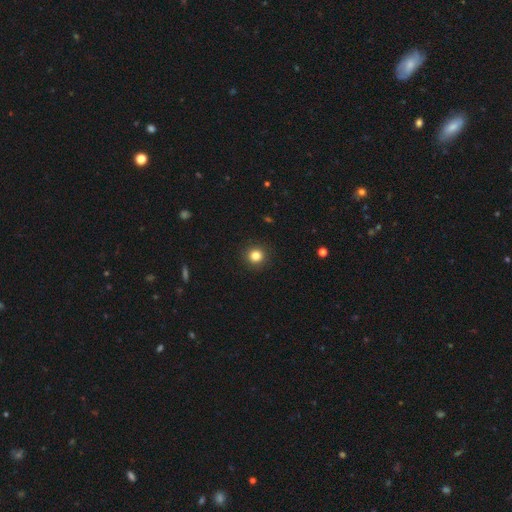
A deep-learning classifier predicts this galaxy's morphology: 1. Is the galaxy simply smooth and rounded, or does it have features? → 83% smooth, 12% star or artifact, 5% featured or disk.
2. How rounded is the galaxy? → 94% round, 6% in between, 1% cigar-shaped.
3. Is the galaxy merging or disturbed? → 92% none, 5% minor disturbance, 2% major disturbance, 1% merger.